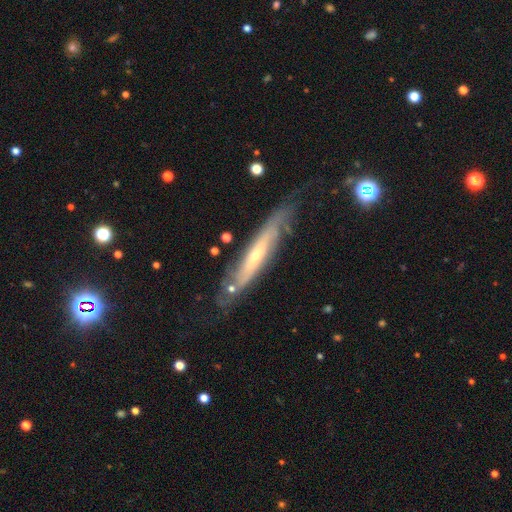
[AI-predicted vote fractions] Smooth or featured: featured or disk — 72% (smooth — 21%)
Edge-on disk: yes — 58% (no — 42%)
Merging: none — 69% (minor disturbance — 21%)